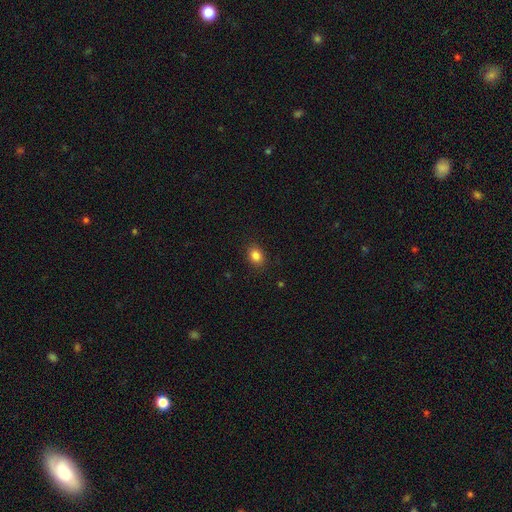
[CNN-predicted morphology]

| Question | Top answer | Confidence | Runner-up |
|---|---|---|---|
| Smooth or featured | smooth | 84% | star or artifact (11%) |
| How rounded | in between | 57% | round (42%) |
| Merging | none | 88% | minor disturbance (8%) |